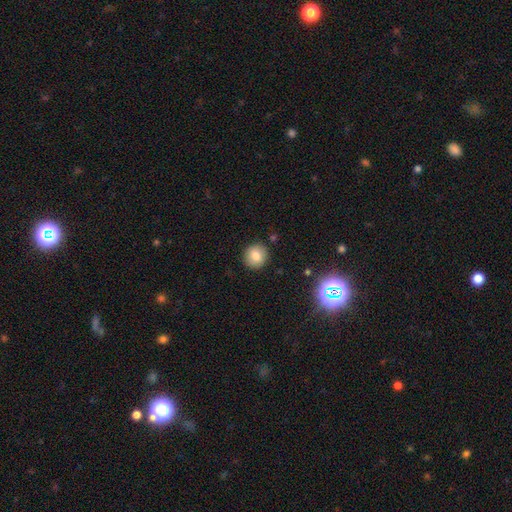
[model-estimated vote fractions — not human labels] smooth-or-featured: smooth: 81% | star or artifact: 10% | featured or disk: 9%
  how-rounded: round: 91% | in between: 8% | cigar-shaped: 1%
  merging: none: 90% | minor disturbance: 7% | major disturbance: 2% | merger: 2%